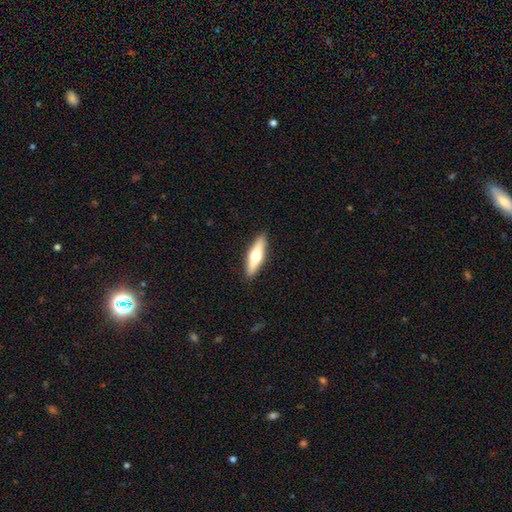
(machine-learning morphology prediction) Q: Smooth or featured?
A: smooth (50%); runner-up: featured or disk (45%)
Q: Merging?
A: none (90%); runner-up: minor disturbance (7%)